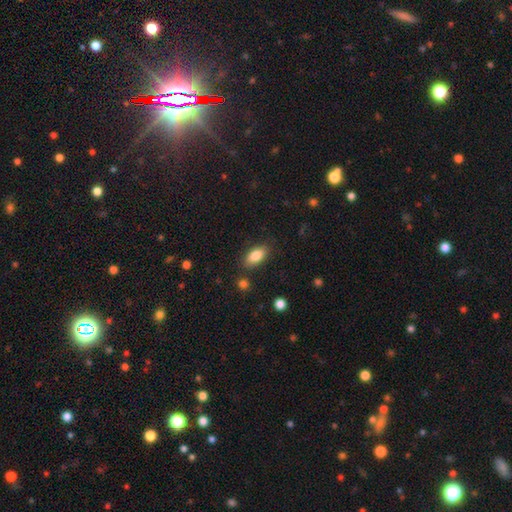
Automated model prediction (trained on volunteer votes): Smooth or featured?
  - smooth: 83% *
  - featured or disk: 9%
  - star or artifact: 7%
How rounded?
  - in between: 89% *
  - cigar-shaped: 8%
  - round: 4%
Merging?
  - none: 83% *
  - minor disturbance: 11%
  - major disturbance: 3%
  - merger: 3%